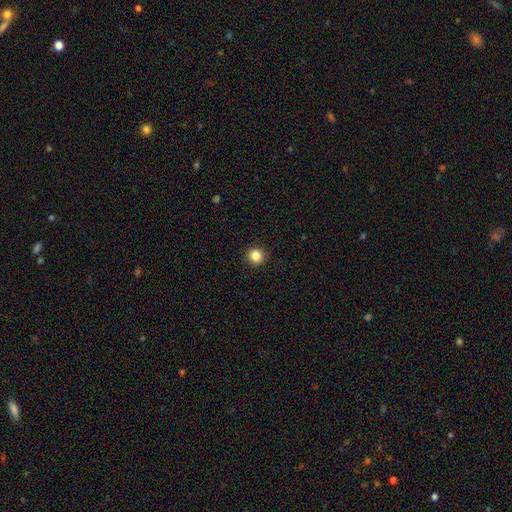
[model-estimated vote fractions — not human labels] Smooth or featured?
  - smooth: 85% *
  - star or artifact: 11%
  - featured or disk: 4%
How rounded?
  - round: 94% *
  - in between: 5%
  - cigar-shaped: 1%
Merging?
  - none: 93% *
  - minor disturbance: 5%
  - major disturbance: 2%
  - merger: 1%